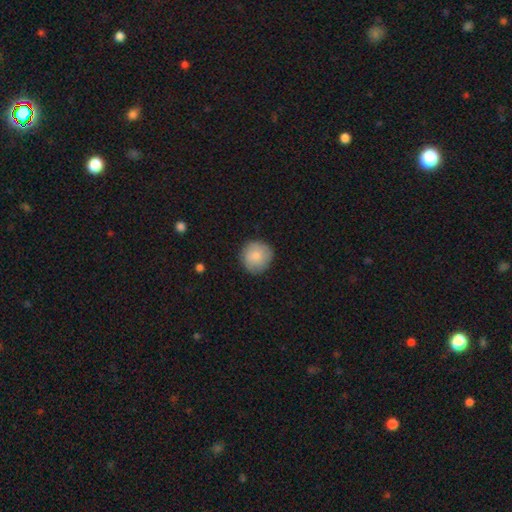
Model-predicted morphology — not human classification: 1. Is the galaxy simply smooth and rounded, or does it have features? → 84% smooth, 9% featured or disk, 6% star or artifact.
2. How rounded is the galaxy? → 94% round, 5% in between, 1% cigar-shaped.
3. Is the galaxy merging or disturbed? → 87% none, 10% minor disturbance, 2% major disturbance, 1% merger.